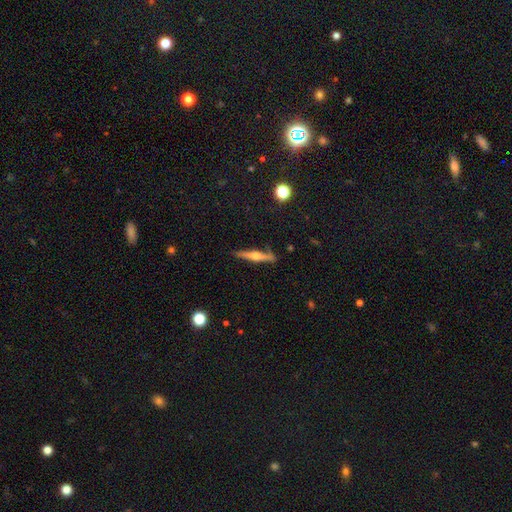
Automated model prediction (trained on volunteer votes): A featured or disk galaxy (66%) viewed edge-on (96%) with a rounded central bulge (89%).

Vote fractions:
- Smooth or featured? featured or disk: 66% / smooth: 28% / star or artifact: 6%
- Edge-on disk? yes: 96% / no: 4%
- Edge-on bulge? rounded: 89% / none: 6% / boxy: 5%
- Merging? none: 83% / minor disturbance: 12% / major disturbance: 2% / merger: 2%